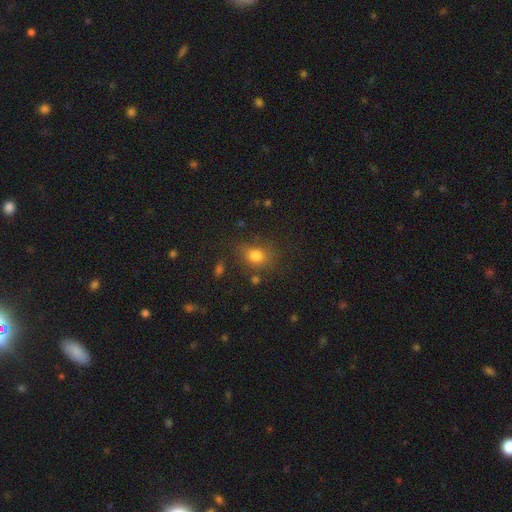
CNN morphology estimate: type=smooth (78%); roundness=round (50%); merging=none (69%).